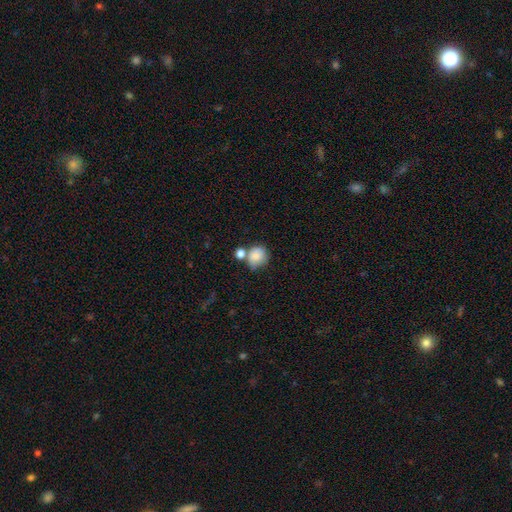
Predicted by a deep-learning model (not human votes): A smooth galaxy with no disk features (82%) that is round (77%).

Vote fractions:
- Smooth or featured? smooth: 82% / featured or disk: 9% / star or artifact: 9%
- How rounded? round: 77% / in between: 22% / cigar-shaped: 1%
- Merging? none: 44% / merger: 32% / minor disturbance: 17% / major disturbance: 7%